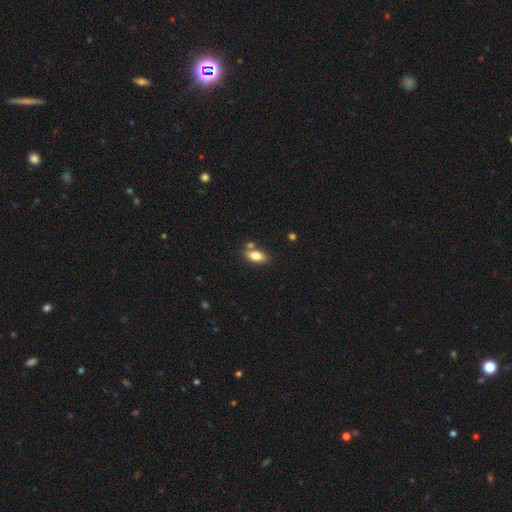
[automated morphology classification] This is likely a smooth galaxy (79%). How rounded: clearly in between (87%). Merging: likely none (70%).